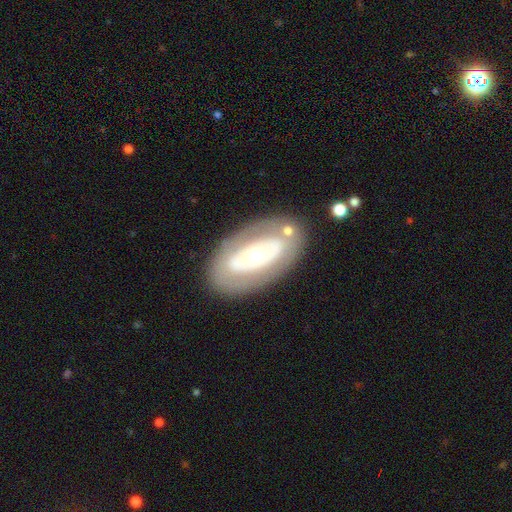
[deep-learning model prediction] Smooth or featured? Predicted: featured or disk (p=0.61). Edge-on disk? Predicted: no (p=0.90). Bar? Predicted: no (p=0.76). Spiral arms? Predicted: no (p=0.80). Bulge size? Predicted: moderate (p=0.50). Merging? Predicted: none (p=0.78).